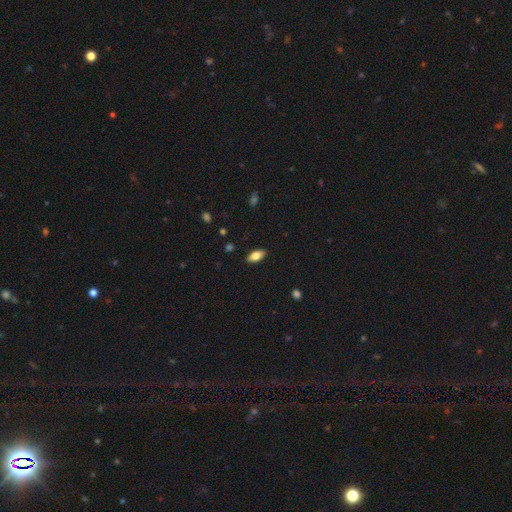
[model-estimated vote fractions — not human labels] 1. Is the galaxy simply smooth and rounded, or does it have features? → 79% smooth, 14% featured or disk, 7% star or artifact.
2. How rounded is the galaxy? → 89% in between, 8% cigar-shaped, 3% round.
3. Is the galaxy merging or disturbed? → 88% none, 9% minor disturbance, 2% major disturbance, 1% merger.